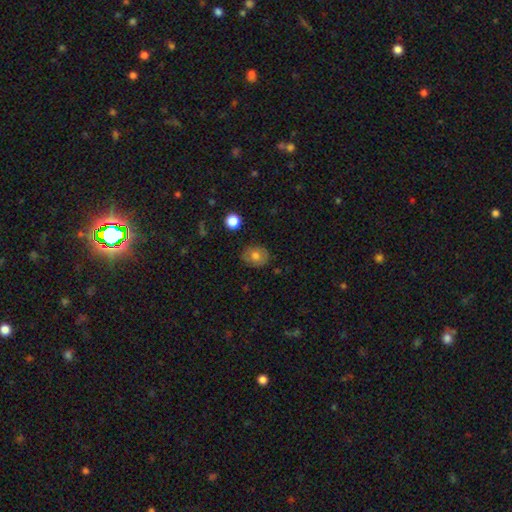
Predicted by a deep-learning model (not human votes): smooth-or-featured: smooth: 72% | featured or disk: 18% | star or artifact: 10%
  how-rounded: round: 63% | in between: 36% | cigar-shaped: 1%
  merging: none: 81% | minor disturbance: 14% | major disturbance: 3% | merger: 1%